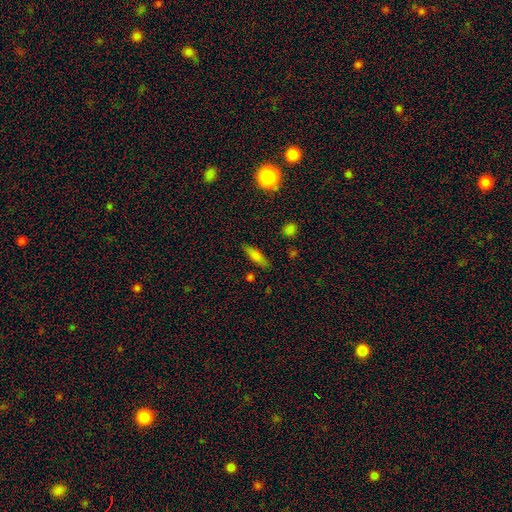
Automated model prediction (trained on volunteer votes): Q: Smooth or featured?
A: smooth (73%); runner-up: featured or disk (17%)
Q: How rounded?
A: cigar-shaped (55%); runner-up: in between (43%)
Q: Merging?
A: none (84%); runner-up: minor disturbance (11%)